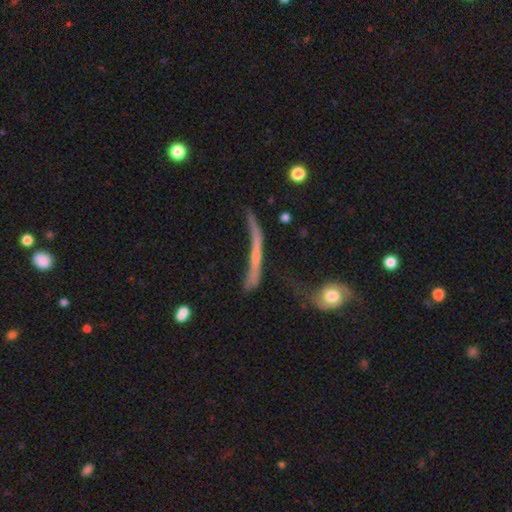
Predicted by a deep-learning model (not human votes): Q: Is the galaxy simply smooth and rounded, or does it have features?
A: featured or disk — 49%.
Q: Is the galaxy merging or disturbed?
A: none — 52%.